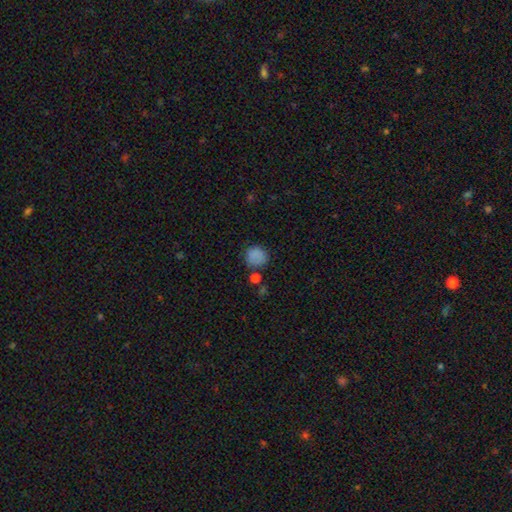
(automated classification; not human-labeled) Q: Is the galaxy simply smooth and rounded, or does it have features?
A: smooth — 83%.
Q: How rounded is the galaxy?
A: round — 84%.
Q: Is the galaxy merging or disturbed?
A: none — 72%.